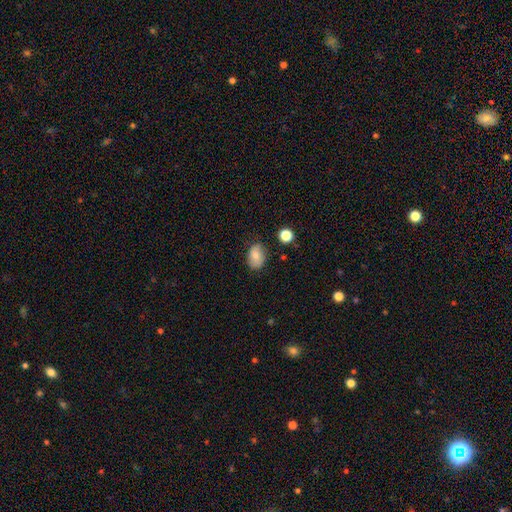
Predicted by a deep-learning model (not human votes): Q: Smooth or featured?
A: smooth (78%); runner-up: featured or disk (13%)
Q: How rounded?
A: in between (82%); runner-up: round (17%)
Q: Merging?
A: none (75%); runner-up: minor disturbance (19%)